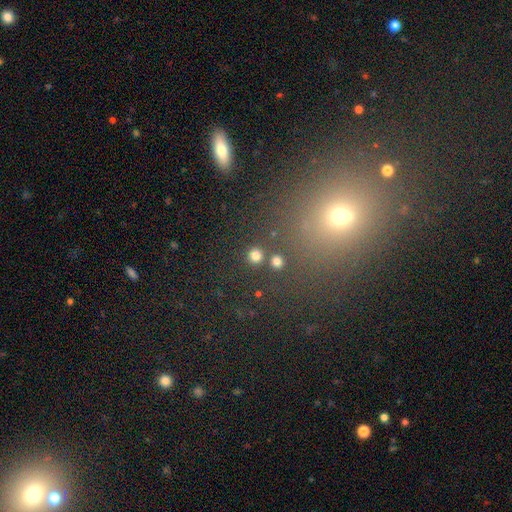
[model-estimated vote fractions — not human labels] This appears to be a smooth galaxy with no disk features (79%) that is round (94%). Merging: none (85%).